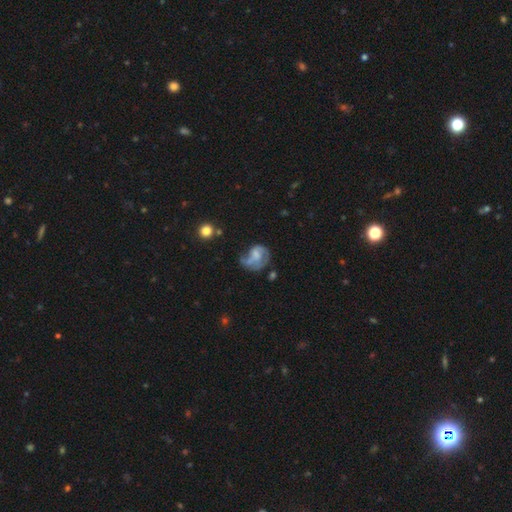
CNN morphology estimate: smooth-or-featured: featured or disk: 55% | smooth: 36% | star or artifact: 9%
  disk-edge-on: no: 97% | yes: 3%
    bar: no: 61% | weak: 31% | strong: 8%
    has-spiral-arms: yes: 61% | no: 39%
    bulge-size: none: 36% | moderate: 27% | small: 27% | large: 8% | dominant: 2%
  merging: major disturbance: 34% | none: 32% | minor disturbance: 26% | merger: 8%